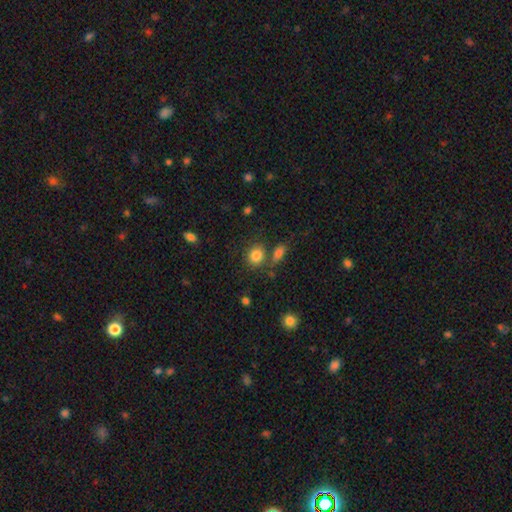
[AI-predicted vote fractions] smooth_or_featured: smooth (p=0.83) [alt: star or artifact p=0.11]
how_rounded: round (p=0.69) [alt: in between p=0.30]
merging: none (p=0.67) [alt: merger p=0.16]